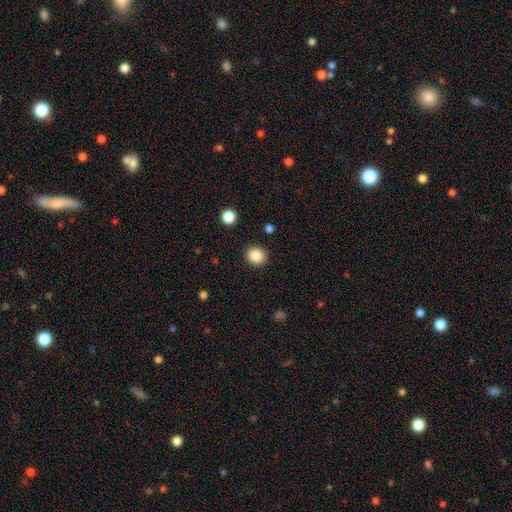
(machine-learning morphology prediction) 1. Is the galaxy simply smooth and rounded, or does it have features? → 86% smooth, 10% star or artifact, 4% featured or disk.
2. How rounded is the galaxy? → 82% round, 17% in between, 1% cigar-shaped.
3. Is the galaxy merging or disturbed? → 90% none, 6% minor disturbance, 2% major disturbance, 1% merger.